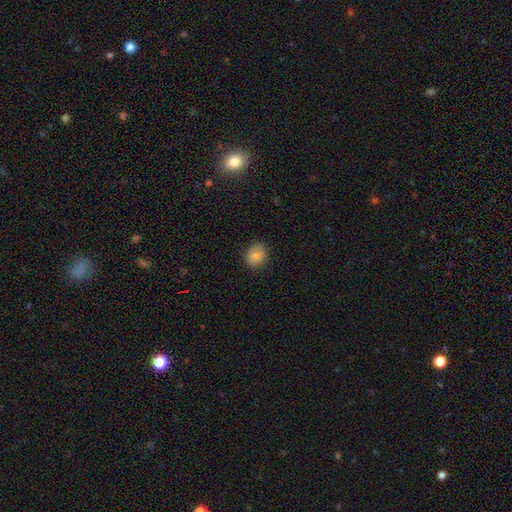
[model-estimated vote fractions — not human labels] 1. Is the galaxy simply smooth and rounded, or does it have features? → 82% smooth, 9% star or artifact, 9% featured or disk.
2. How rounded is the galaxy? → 61% round, 38% in between, 1% cigar-shaped.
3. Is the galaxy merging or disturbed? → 84% none, 12% minor disturbance, 3% major disturbance, 1% merger.